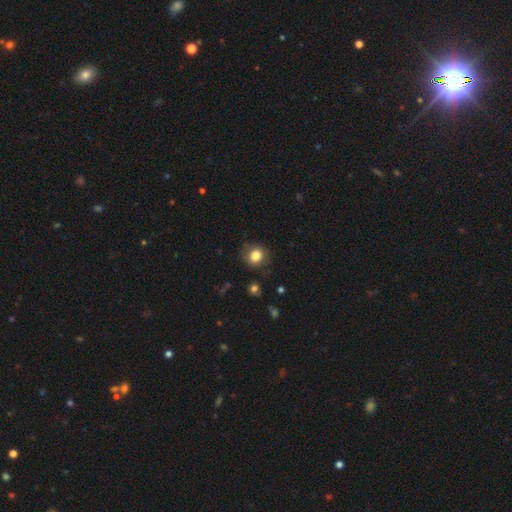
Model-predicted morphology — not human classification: This is clearly a smooth galaxy (81%). How rounded: likely round (76%). Merging: likely none (77%).